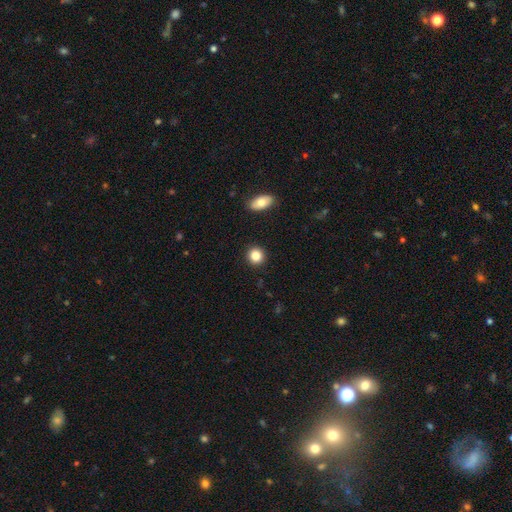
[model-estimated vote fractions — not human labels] This appears to be a smooth galaxy with no disk features (85%) that is round (89%). Merging: none (91%).